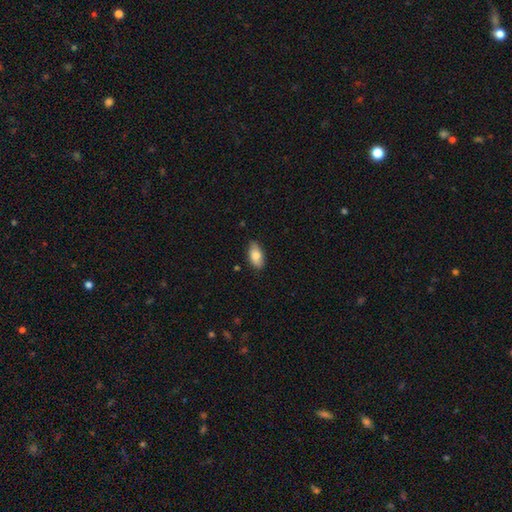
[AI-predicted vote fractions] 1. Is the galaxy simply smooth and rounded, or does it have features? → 83% smooth, 11% featured or disk, 6% star or artifact.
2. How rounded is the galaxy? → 91% in between, 6% cigar-shaped, 3% round.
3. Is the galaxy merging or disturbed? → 81% none, 15% minor disturbance, 2% major disturbance, 1% merger.